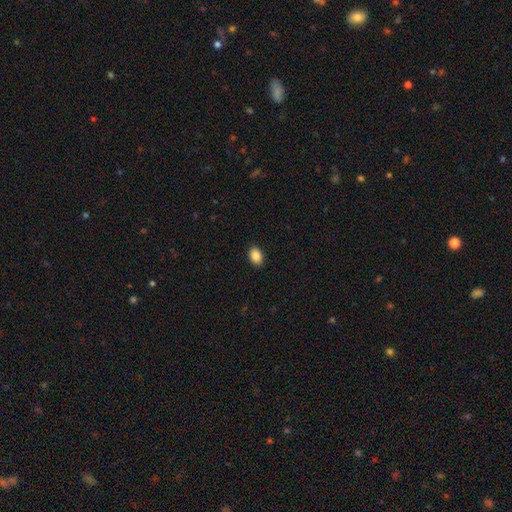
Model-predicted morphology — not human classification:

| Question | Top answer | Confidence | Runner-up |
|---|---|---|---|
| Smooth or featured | smooth | 87% | star or artifact (8%) |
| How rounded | in between | 83% | round (16%) |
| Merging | none | 91% | minor disturbance (7%) |